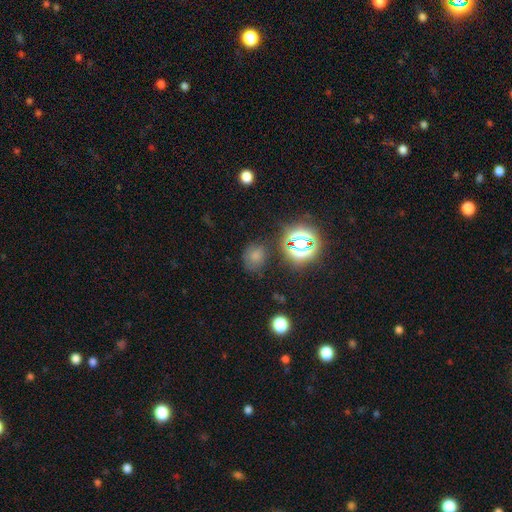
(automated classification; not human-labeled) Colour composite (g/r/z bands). It shows a smooth galaxy with no disk features (65%) that is round (68%). Merging: none (72%).